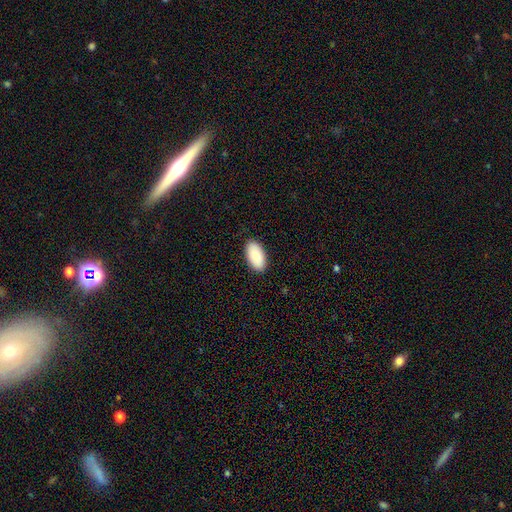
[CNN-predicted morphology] Smooth or featured?
  - smooth: 89% *
  - star or artifact: 6%
  - featured or disk: 5%
How rounded?
  - in between: 96% *
  - cigar-shaped: 2%
  - round: 2%
Merging?
  - none: 89% *
  - minor disturbance: 8%
  - major disturbance: 2%
  - merger: 1%